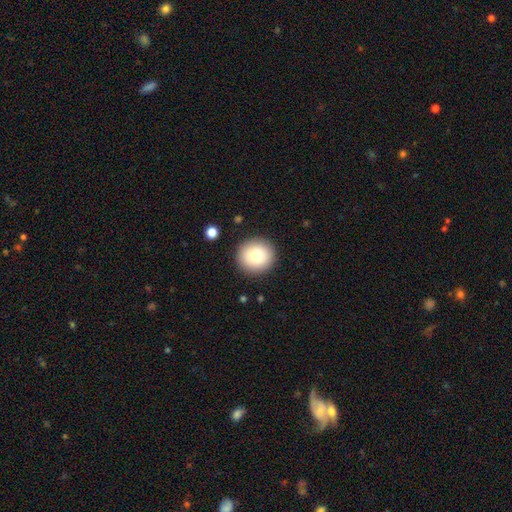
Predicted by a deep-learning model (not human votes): Overall: smooth (77%). How rounded: round (93%). Merging: none (90%).